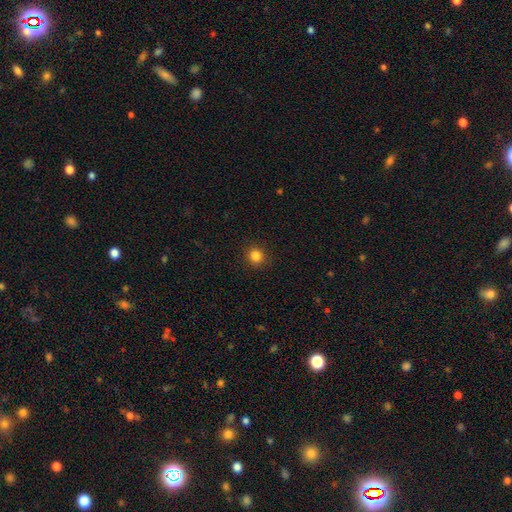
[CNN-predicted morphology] smooth-or-featured: smooth: 84% | star or artifact: 12% | featured or disk: 4%
  how-rounded: round: 89% | in between: 10% | cigar-shaped: 1%
  merging: none: 91% | minor disturbance: 6% | major disturbance: 2% | merger: 1%